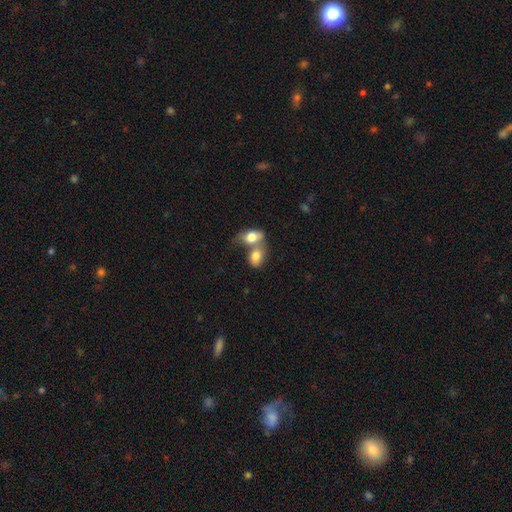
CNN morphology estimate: Overall: smooth (77%). How rounded: in between (75%). Merging: merger (71%).